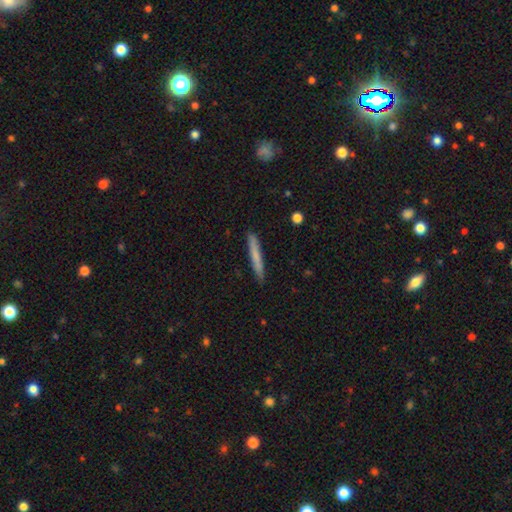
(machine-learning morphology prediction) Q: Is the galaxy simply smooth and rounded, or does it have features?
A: smooth — 71%.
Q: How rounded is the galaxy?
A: cigar-shaped — 96%.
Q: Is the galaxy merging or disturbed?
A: none — 90%.